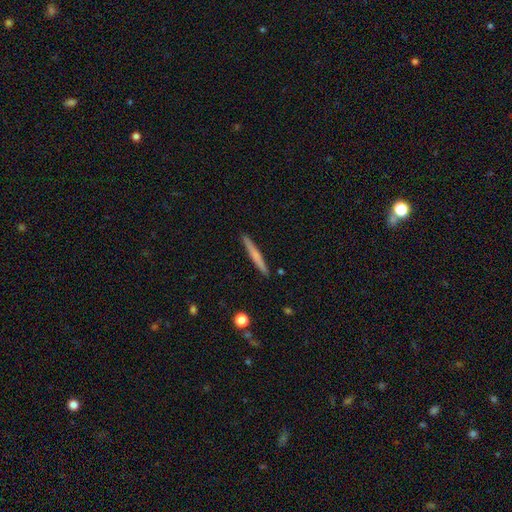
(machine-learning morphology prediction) This is possibly a smooth galaxy (57%). How rounded: clearly cigar-shaped (96%). Merging: clearly none (92%).